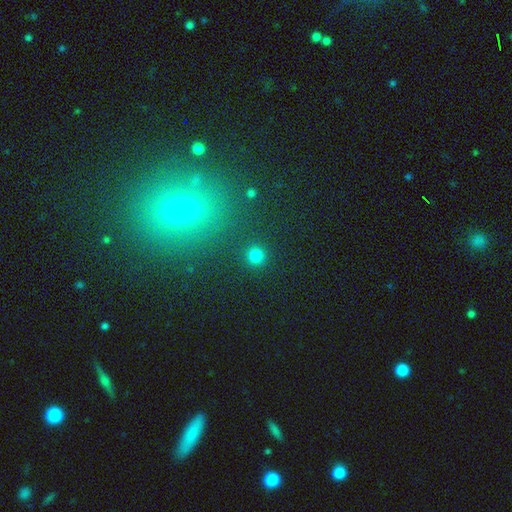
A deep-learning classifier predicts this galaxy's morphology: This appears to be a smooth galaxy with no disk features (81%) that is round (95%). Merging: none (91%).